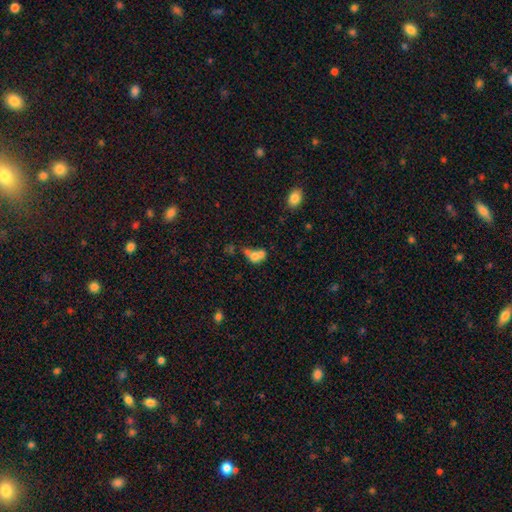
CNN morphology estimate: smooth-or-featured: smooth: 65% | featured or disk: 22% | star or artifact: 13%
  how-rounded: in between: 52% | round: 45% | cigar-shaped: 3%
  merging: merger: 63% | none: 20% | minor disturbance: 9% | major disturbance: 9%